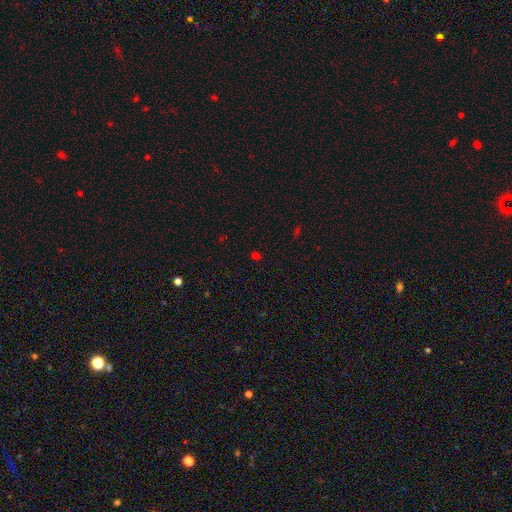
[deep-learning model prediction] smooth 52%, star or artifact 43%, featured or disk 5%. Down the decision tree: how rounded — round (73%); merging — none (84%).